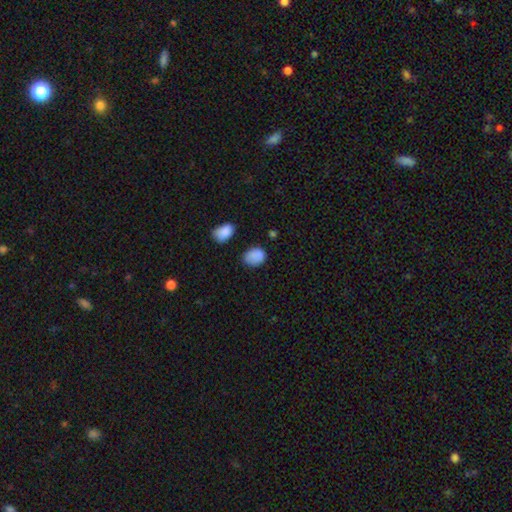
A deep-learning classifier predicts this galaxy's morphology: A smooth galaxy with no disk features (86%) that is in between round and cigar-shaped (58%). Merging: none (63%).